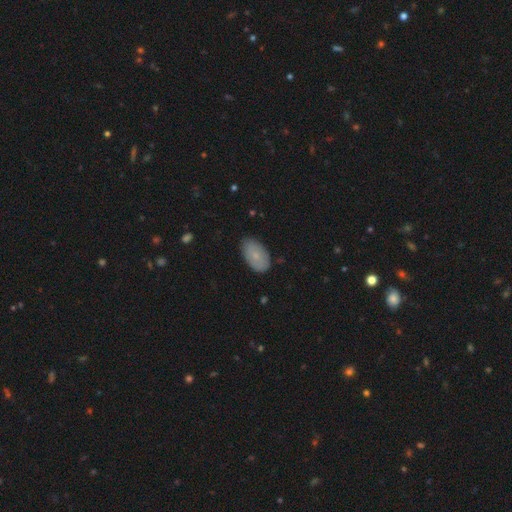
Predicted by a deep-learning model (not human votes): Smooth or featured: smooth — 72% (featured or disk — 21%)
How rounded: in between — 94% (round — 5%)
Merging: none — 80% (minor disturbance — 16%)